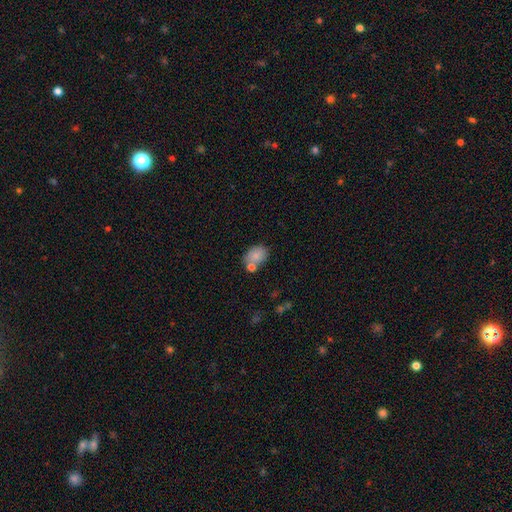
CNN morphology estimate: Smooth or featured: smooth — 81% (featured or disk — 11%)
How rounded: in between — 70% (round — 29%)
Merging: none — 58% (merger — 22%)